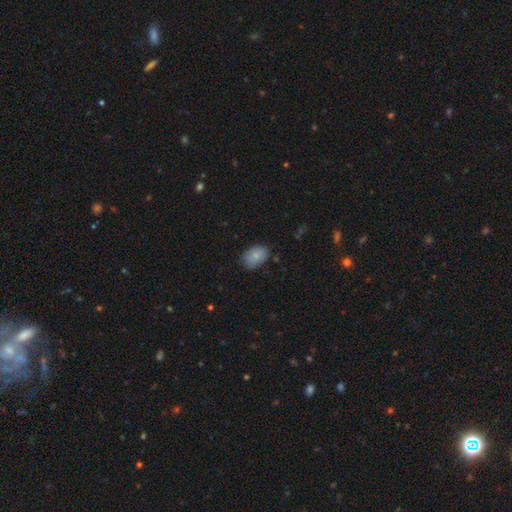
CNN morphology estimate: This is clearly a smooth galaxy (83%). How rounded: clearly in between (85%). Merging: likely none (76%).